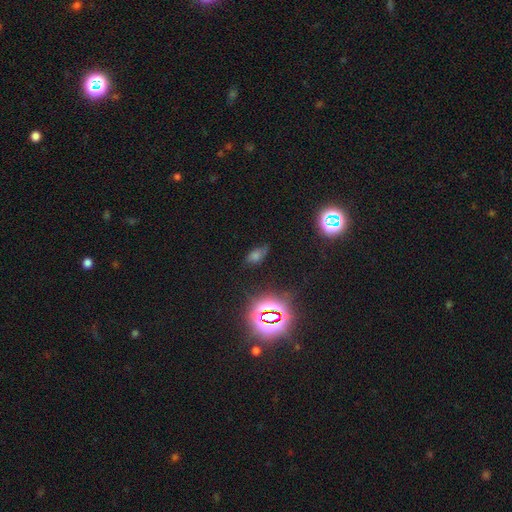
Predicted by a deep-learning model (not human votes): A star or artifact, not a galaxy (43%, tied with smooth).

Vote fractions:
- Smooth or featured? star or artifact: 43% (tied) / smooth: 43% (tied) / featured or disk: 14%